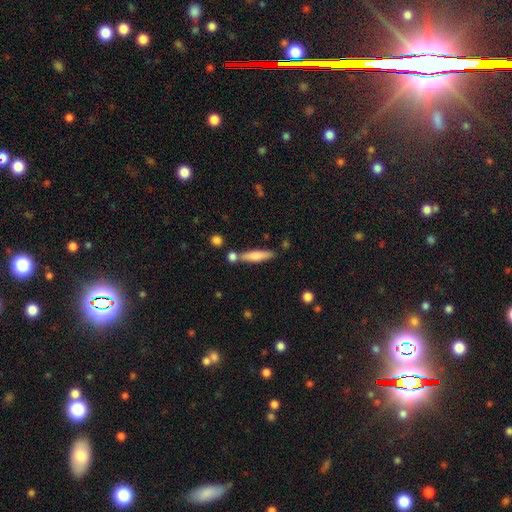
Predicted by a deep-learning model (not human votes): Smooth or featured?
  - smooth: 67% *
  - featured or disk: 28%
  - star or artifact: 6%
How rounded?
  - cigar-shaped: 84% *
  - in between: 14%
  - round: 2%
Merging?
  - none: 72% *
  - merger: 12%
  - minor disturbance: 12%
  - major disturbance: 3%